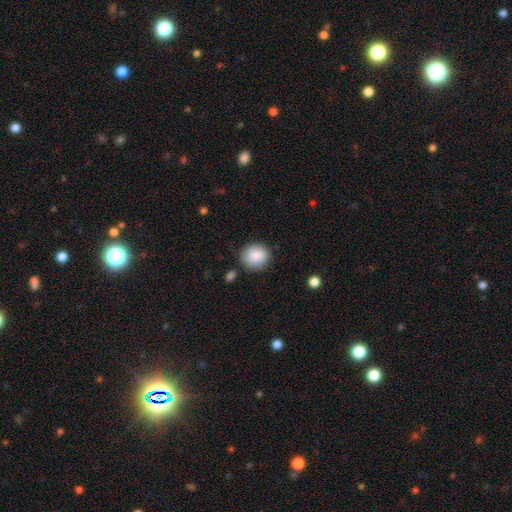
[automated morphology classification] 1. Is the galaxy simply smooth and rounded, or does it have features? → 87% smooth, 7% star or artifact, 6% featured or disk.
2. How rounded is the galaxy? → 84% round, 15% in between, 1% cigar-shaped.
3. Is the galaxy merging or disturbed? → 83% none, 11% minor disturbance, 3% merger, 3% major disturbance.